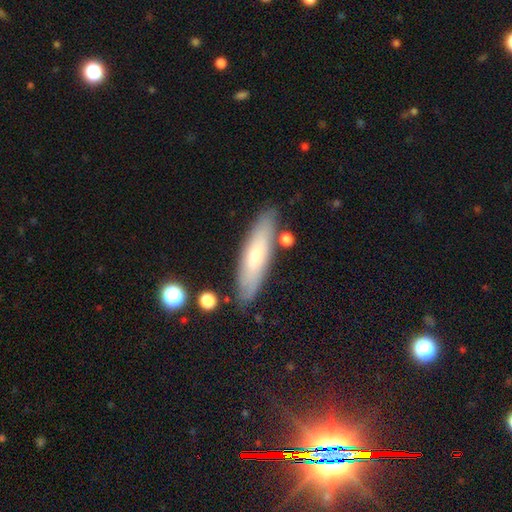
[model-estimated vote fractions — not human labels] Overall: smooth (61%; featured or disk 32%). How rounded: cigar-shaped (68%; in between 31%). Merging: none (82%).